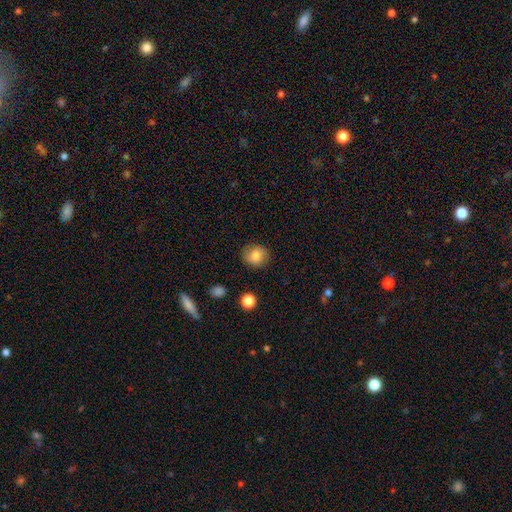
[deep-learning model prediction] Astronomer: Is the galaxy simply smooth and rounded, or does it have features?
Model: smooth — 79%.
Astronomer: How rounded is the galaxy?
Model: round — 76%.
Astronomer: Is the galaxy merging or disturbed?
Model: none — 80%.